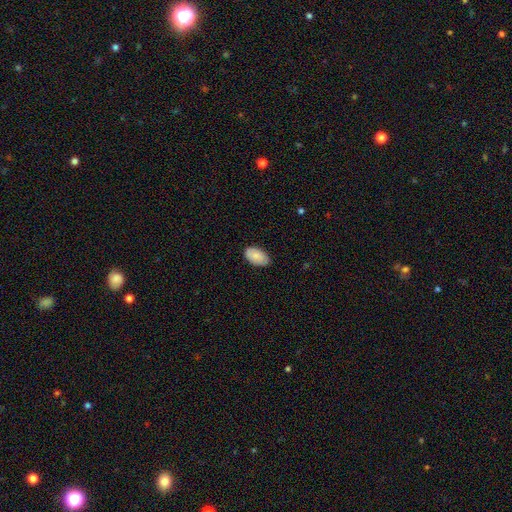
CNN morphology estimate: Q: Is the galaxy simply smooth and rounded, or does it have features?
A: smooth — 84%.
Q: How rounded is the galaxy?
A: in between — 95%.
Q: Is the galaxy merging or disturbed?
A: none — 81%.